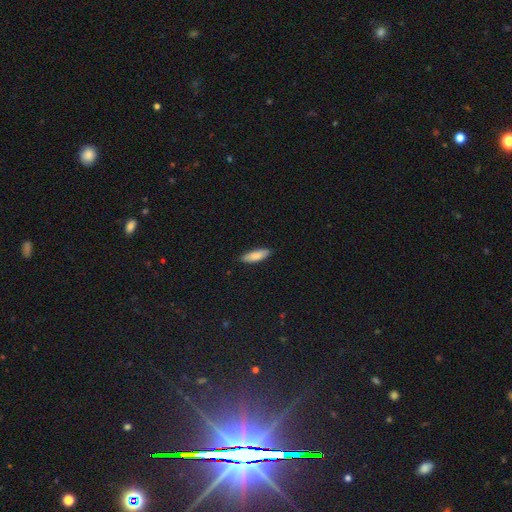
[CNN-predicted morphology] type=smooth (85%); roundness=in between (51%); merging=none (88%).